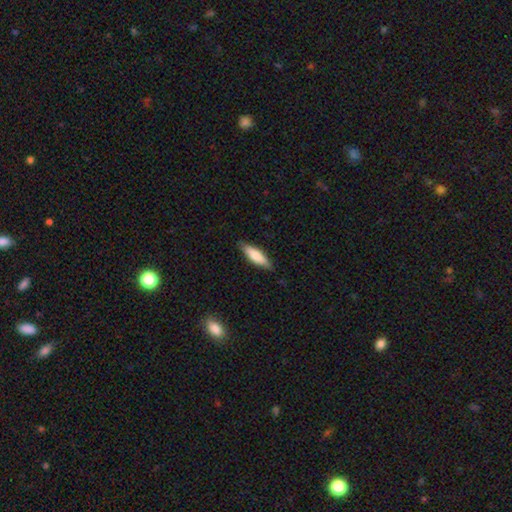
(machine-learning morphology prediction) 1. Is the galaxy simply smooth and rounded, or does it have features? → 72% smooth, 22% featured or disk, 6% star or artifact.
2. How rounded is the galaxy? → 57% cigar-shaped, 41% in between, 2% round.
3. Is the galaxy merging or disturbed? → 85% none, 11% minor disturbance, 2% major disturbance, 1% merger.